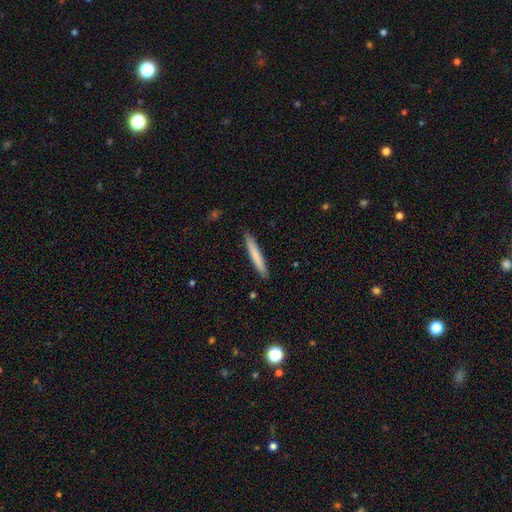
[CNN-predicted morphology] This appears to be a smooth galaxy with no disk features (76%) that is cigar-shaped (96%). Merging: none (91%).